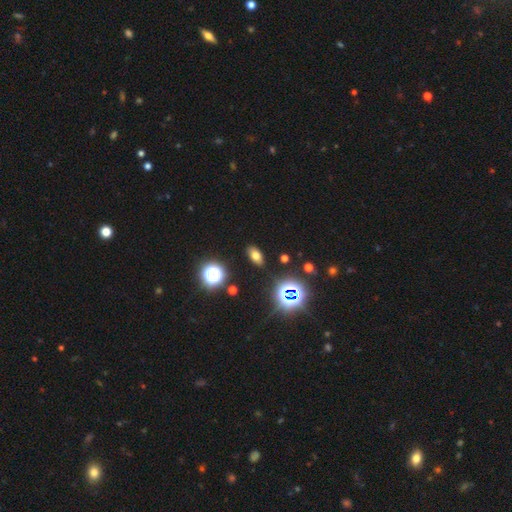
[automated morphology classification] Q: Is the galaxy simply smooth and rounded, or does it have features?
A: smooth — 65%.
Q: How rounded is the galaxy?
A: in between — 85%.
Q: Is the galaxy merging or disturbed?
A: none — 88%.